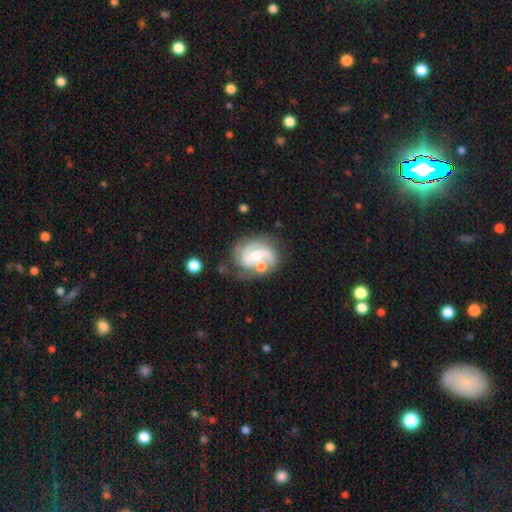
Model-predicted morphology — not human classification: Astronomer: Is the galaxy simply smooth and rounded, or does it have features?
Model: featured or disk — 84%.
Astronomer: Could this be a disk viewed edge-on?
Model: no — 98%.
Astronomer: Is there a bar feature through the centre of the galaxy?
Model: weak — 44% (runner-up: no, 41%).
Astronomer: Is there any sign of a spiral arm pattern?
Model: yes — 94%.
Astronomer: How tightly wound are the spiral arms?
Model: medium — 51% (runner-up: tight, 30%).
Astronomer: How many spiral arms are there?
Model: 2 — 66%.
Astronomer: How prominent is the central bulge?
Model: moderate — 60%.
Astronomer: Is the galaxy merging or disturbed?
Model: none — 50%.